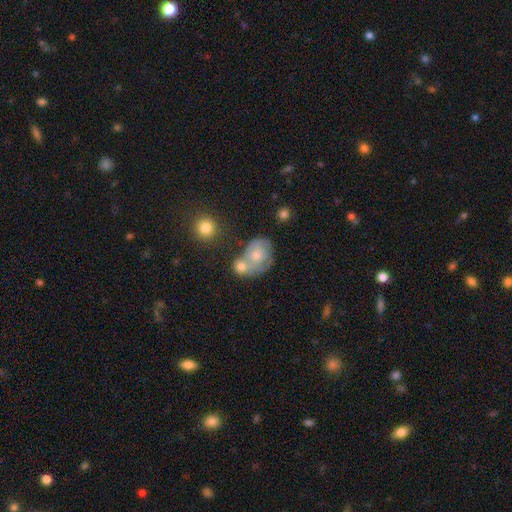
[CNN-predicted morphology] type=smooth (48%); merging=merger (44%).